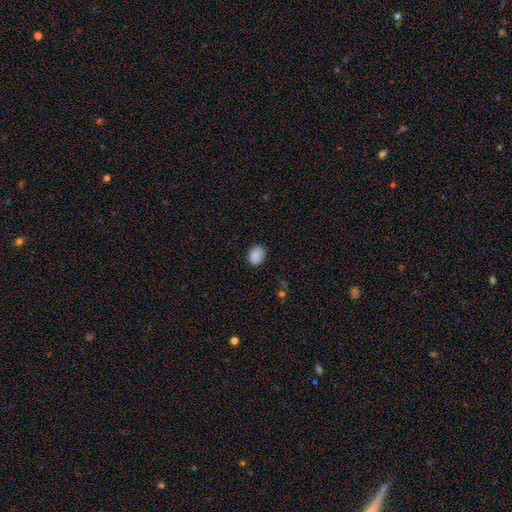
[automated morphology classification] Smooth or featured: smooth — 87% (star or artifact — 8%)
How rounded: in between — 61% (round — 39%)
Merging: none — 83% (minor disturbance — 13%)